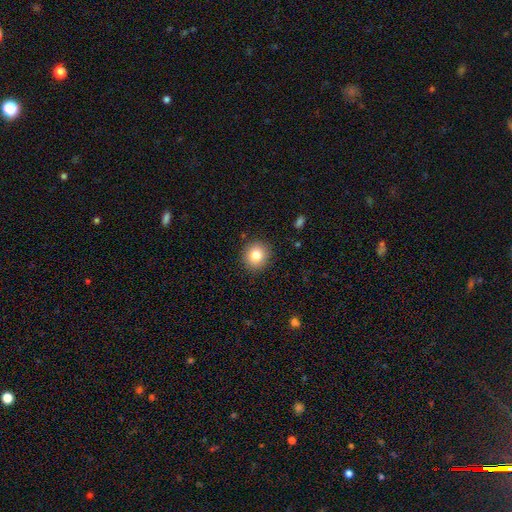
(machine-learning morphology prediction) Smooth or featured? smooth (83%)
How rounded? round (84%)
Merging? none (89%)